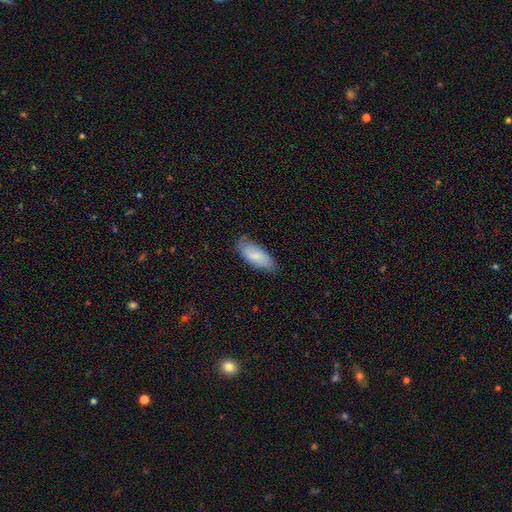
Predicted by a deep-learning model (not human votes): Overall: smooth (74%). How rounded: in between (83%). Merging: none (73%).